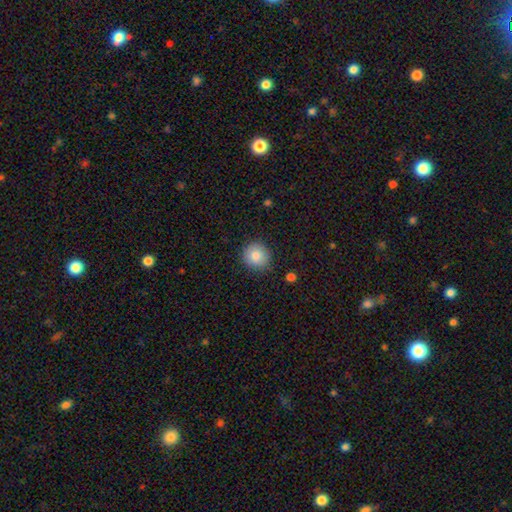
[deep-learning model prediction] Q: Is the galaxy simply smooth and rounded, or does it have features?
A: smooth — 84%.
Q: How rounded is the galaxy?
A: round — 91%.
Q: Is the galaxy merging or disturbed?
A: none — 88%.